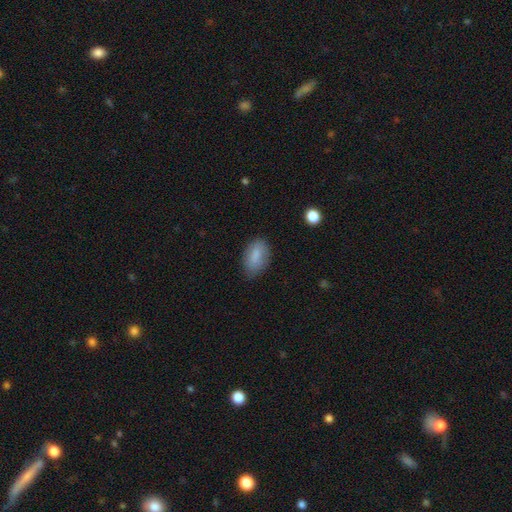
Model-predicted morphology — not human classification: smooth_or_featured: smooth (p=0.84) [alt: featured or disk p=0.09]
how_rounded: in between (p=0.90) [alt: round p=0.08]
merging: none (p=0.74) [alt: minor disturbance p=0.21]